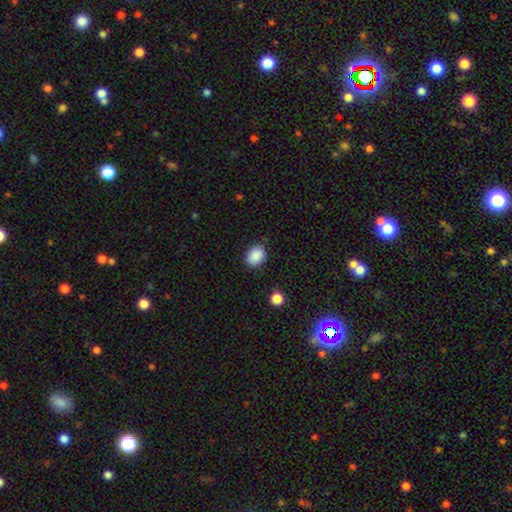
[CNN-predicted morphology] Smooth or featured: smooth — 89% (star or artifact — 8%)
How rounded: in between — 70% (round — 29%)
Merging: none — 85% (minor disturbance — 11%)